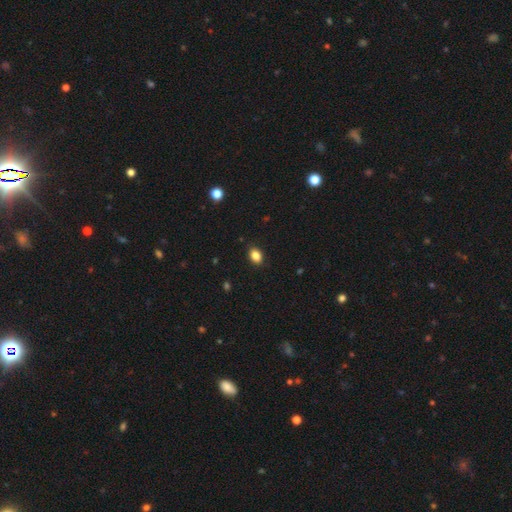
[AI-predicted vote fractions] Smooth or featured?
  - smooth: 86% *
  - star or artifact: 10%
  - featured or disk: 5%
How rounded?
  - in between: 81% *
  - round: 18%
  - cigar-shaped: 1%
Merging?
  - none: 88% *
  - minor disturbance: 9%
  - major disturbance: 2%
  - merger: 1%